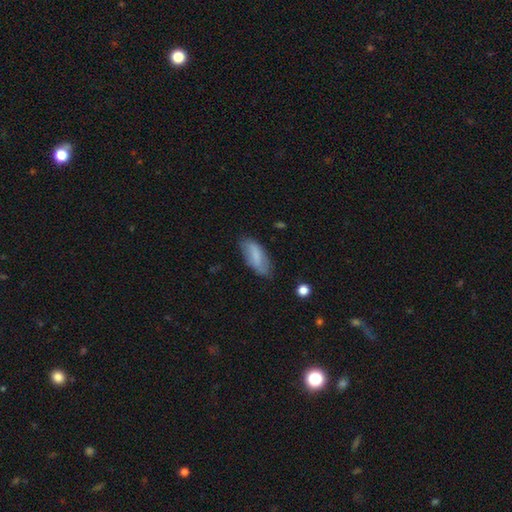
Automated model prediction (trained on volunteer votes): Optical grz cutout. It shows a smooth galaxy with no disk features (74%) that is in between round and cigar-shaped (84%). Merging: none (71%).